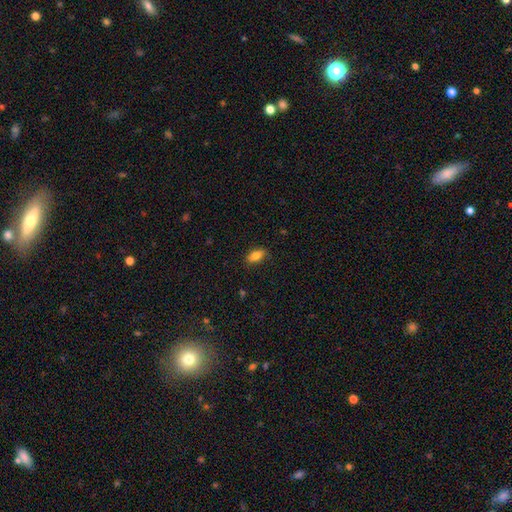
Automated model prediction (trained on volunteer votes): smooth 82%, featured or disk 9%, star or artifact 8%. Down the decision tree: how rounded — in between (86%); merging — none (78%).